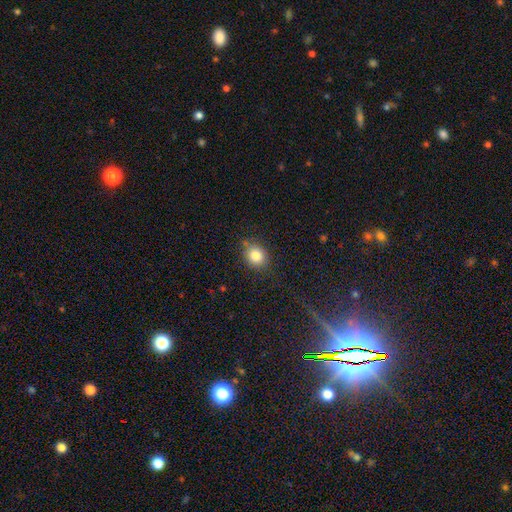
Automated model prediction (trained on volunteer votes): smooth-or-featured: smooth: 83% | star or artifact: 10% | featured or disk: 7%
  how-rounded: round: 64% | in between: 35% | cigar-shaped: 1%
  merging: none: 78% | minor disturbance: 15% | major disturbance: 4% | merger: 2%